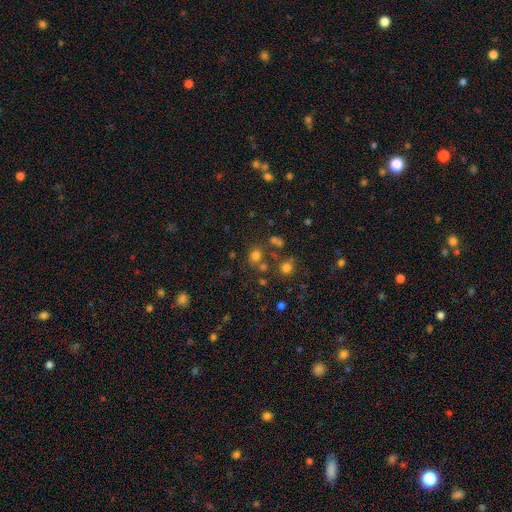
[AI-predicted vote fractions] smooth 72%, star or artifact 20%, featured or disk 8%. Down the decision tree: how rounded — round (69%); merging — none (67%).